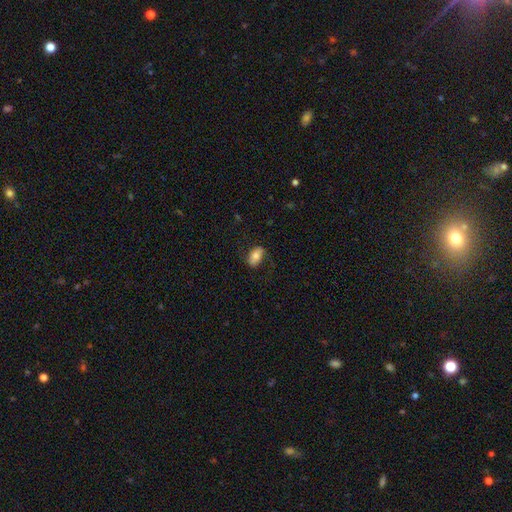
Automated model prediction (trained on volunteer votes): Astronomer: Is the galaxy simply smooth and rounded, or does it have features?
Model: smooth — 71%.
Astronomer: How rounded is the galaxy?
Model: in between — 89%.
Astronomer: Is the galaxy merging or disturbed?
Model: none — 76%.